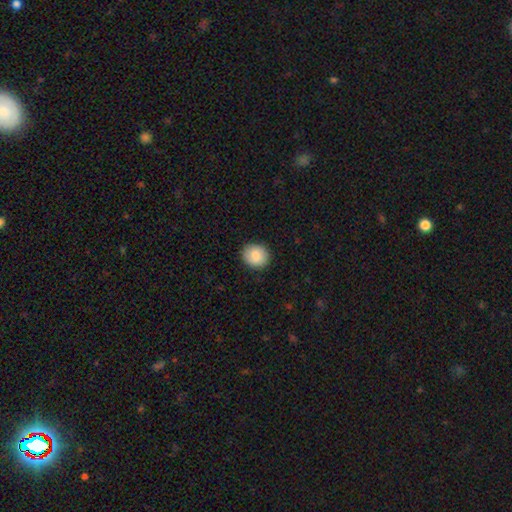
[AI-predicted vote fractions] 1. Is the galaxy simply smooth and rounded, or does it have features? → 85% smooth, 7% featured or disk, 7% star or artifact.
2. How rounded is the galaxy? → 76% round, 23% in between, 1% cigar-shaped.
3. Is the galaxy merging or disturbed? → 89% none, 8% minor disturbance, 2% major disturbance, 1% merger.